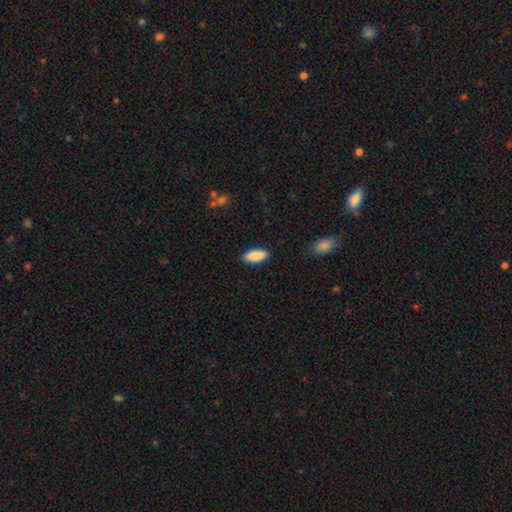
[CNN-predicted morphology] The model was most divided on "how rounded": in between: 82%, cigar-shaped: 16%, round: 2%. More confident: smooth or featured — smooth (90%); merging — none (89%).